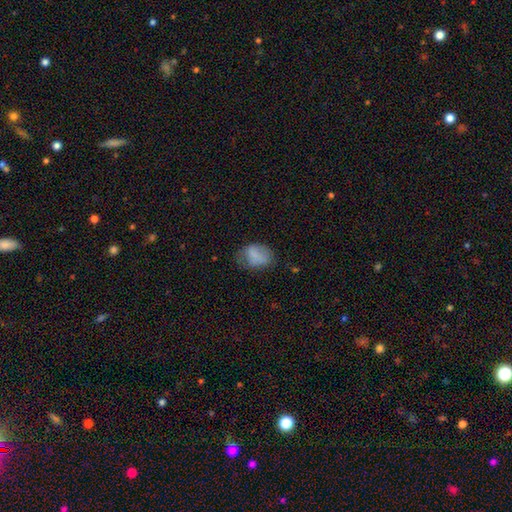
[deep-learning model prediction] The model was most divided on "merging": none: 54%, minor disturbance: 29%, major disturbance: 14%, merger: 2%. More confident: smooth or featured — smooth (75%); how rounded — in between (74%).